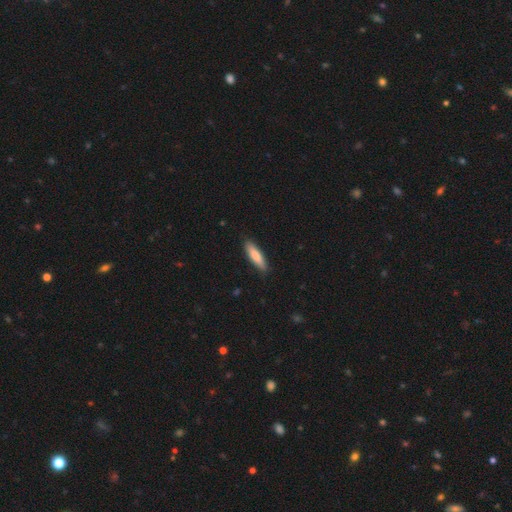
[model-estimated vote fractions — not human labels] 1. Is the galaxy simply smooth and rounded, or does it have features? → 79% smooth, 16% featured or disk, 5% star or artifact.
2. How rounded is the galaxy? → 66% cigar-shaped, 32% in between, 2% round.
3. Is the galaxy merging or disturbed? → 87% none, 10% minor disturbance, 2% major disturbance, 1% merger.